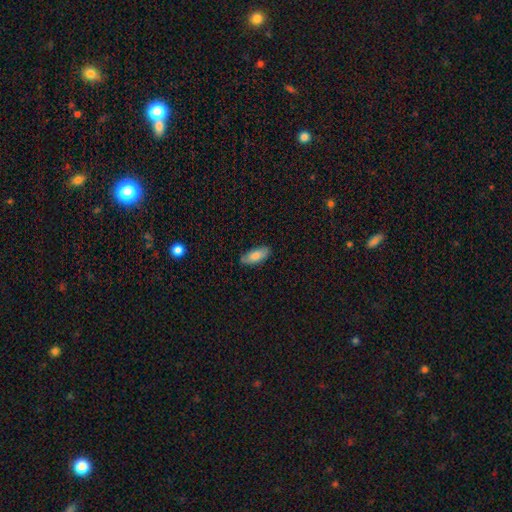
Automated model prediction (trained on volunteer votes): This appears to be a smooth galaxy with no disk features (80%) that is in between round and cigar-shaped (76%). Merging: none (84%).